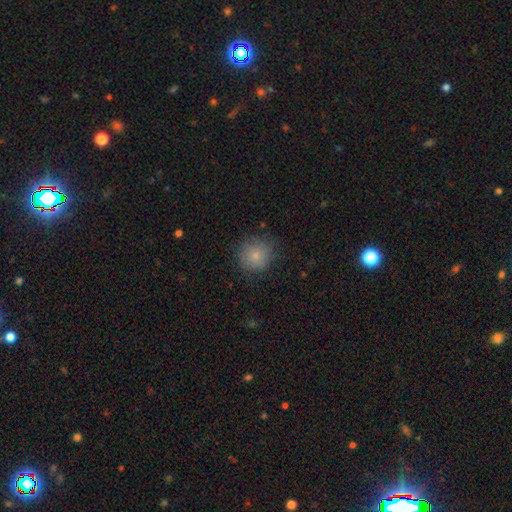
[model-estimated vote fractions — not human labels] The model was most divided on "merging": none: 80%, minor disturbance: 15%, major disturbance: 4%, merger: 1%. More confident: how rounded — round (90%); smooth or featured — smooth (81%).